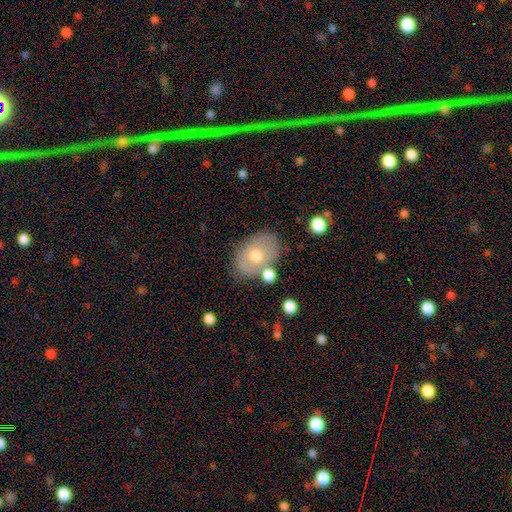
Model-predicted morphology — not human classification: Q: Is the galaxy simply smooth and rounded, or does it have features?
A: smooth — 60%.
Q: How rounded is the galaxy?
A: in between — 75%.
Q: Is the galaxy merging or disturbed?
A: none — 66%.